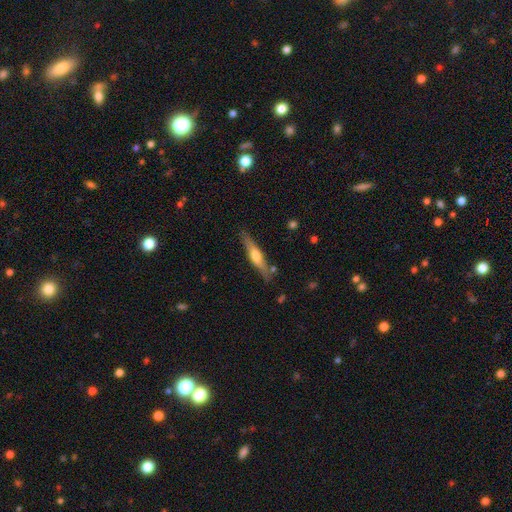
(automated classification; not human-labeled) Smooth or featured: featured or disk — 54% (smooth — 41%)
Edge-on disk: yes — 93% (no — 7%)
Edge-on bulge: rounded — 80% (boxy — 11%)
Merging: none — 82% (minor disturbance — 12%)